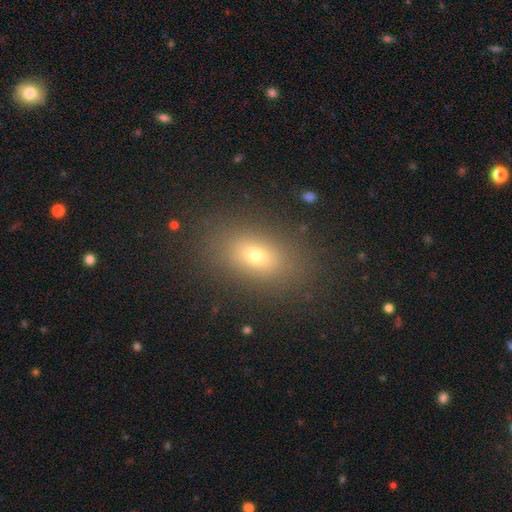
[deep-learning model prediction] This appears to be a smooth galaxy with no disk features (70%) that is in between round and cigar-shaped (80%). Merging: none (84%).